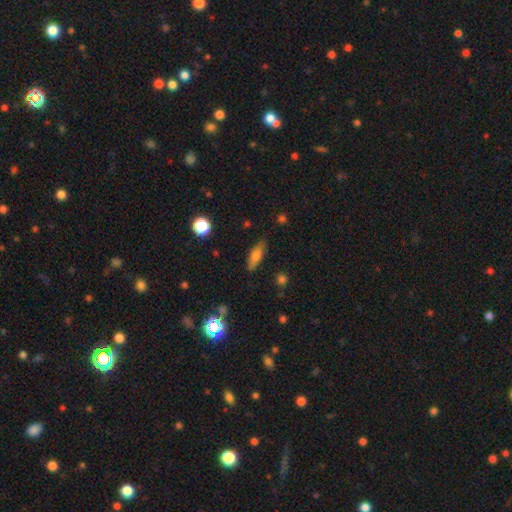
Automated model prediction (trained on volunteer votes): Overall: smooth (71%). How rounded: in between (51%; cigar-shaped 45%). Merging: none (81%).